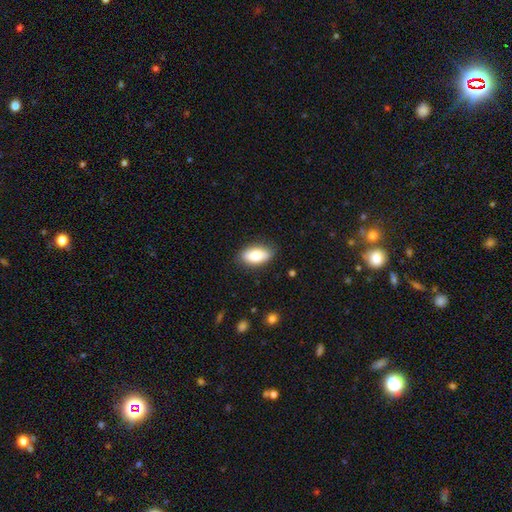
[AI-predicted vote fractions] A smooth galaxy with no disk features (83%) that is in between round and cigar-shaped (91%). Merging: none (84%).